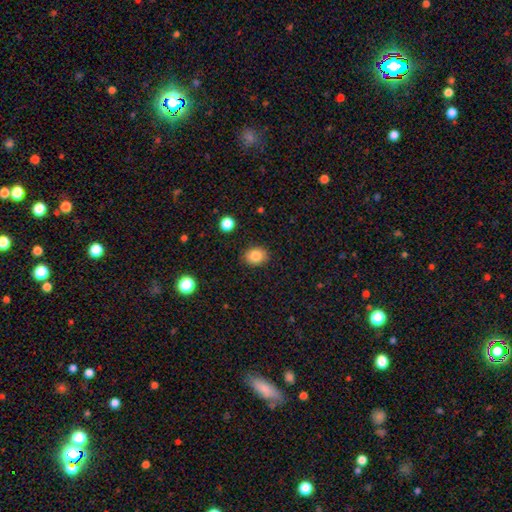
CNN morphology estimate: Overall: smooth (83%). How rounded: in between (52%; round 47%). Merging: none (88%).